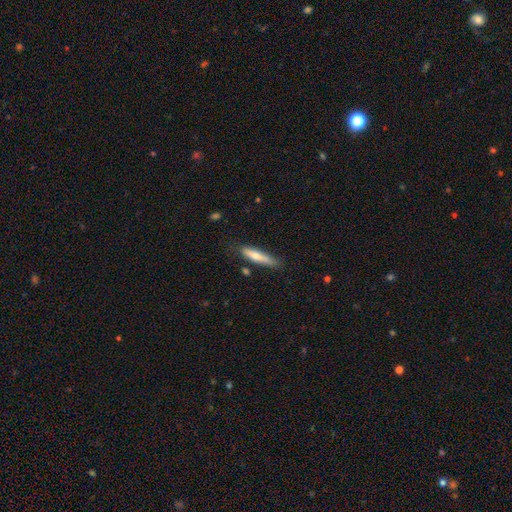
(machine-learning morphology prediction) The model was most divided on "smooth or featured": smooth: 62%, featured or disk: 32%, star or artifact: 6%. More confident: how rounded — cigar-shaped (88%); merging — none (75%).